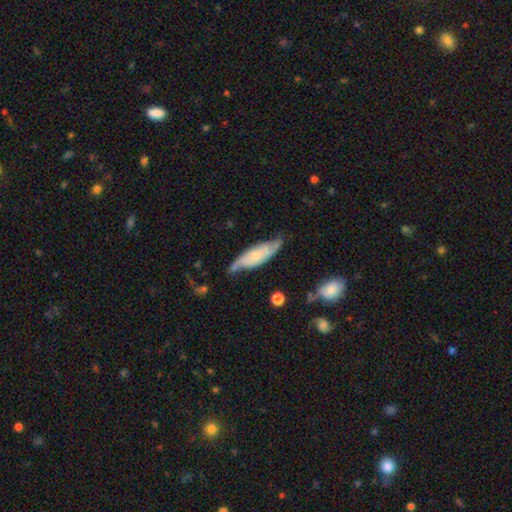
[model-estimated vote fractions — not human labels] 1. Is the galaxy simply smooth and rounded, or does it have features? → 61% featured or disk, 33% smooth, 6% star or artifact.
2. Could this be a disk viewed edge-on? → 77% no, 23% yes.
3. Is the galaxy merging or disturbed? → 60% none, 28% minor disturbance, 8% major disturbance, 4% merger.